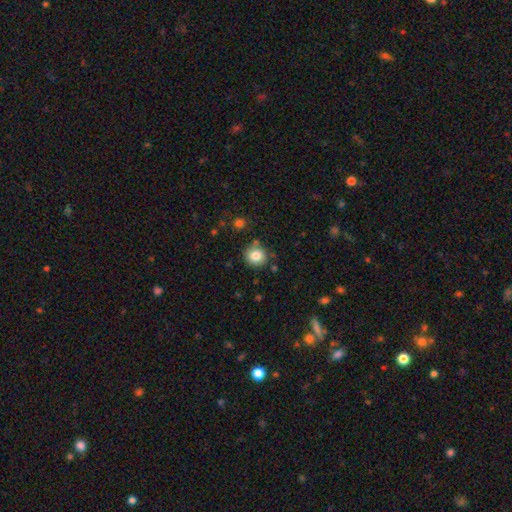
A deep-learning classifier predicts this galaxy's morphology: Smooth or featured? smooth (82%)
How rounded? round (88%)
Merging? none (82%)